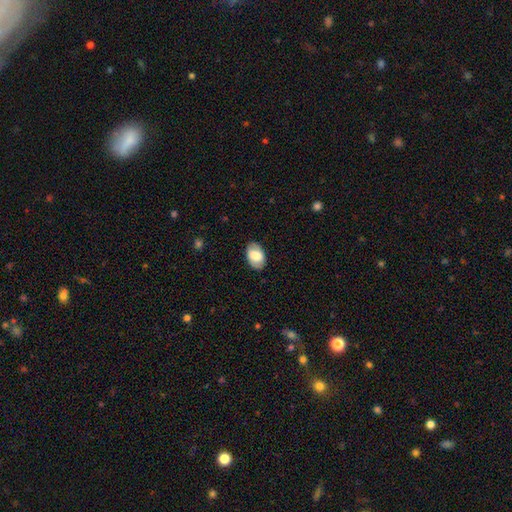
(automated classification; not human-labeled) Overall: smooth (73%). How rounded: in between (92%). Merging: none (85%).